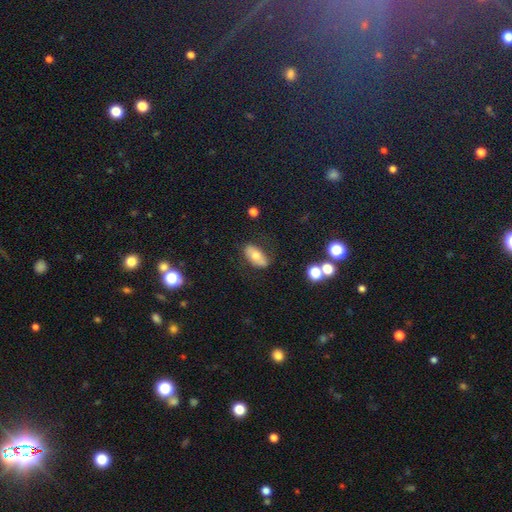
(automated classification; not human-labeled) A smooth galaxy with no disk features (61%) that is in between round and cigar-shaped (88%). Merging: none (78%).